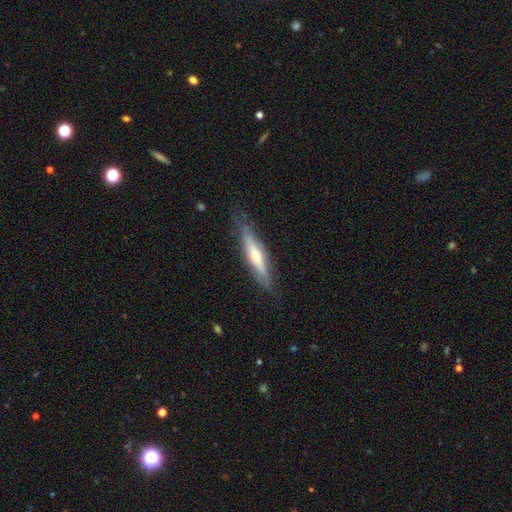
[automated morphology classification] Smooth or featured: featured or disk — 62% (smooth — 31%)
Edge-on disk: yes — 80% (no — 20%)
Merging: none — 79% (minor disturbance — 16%)